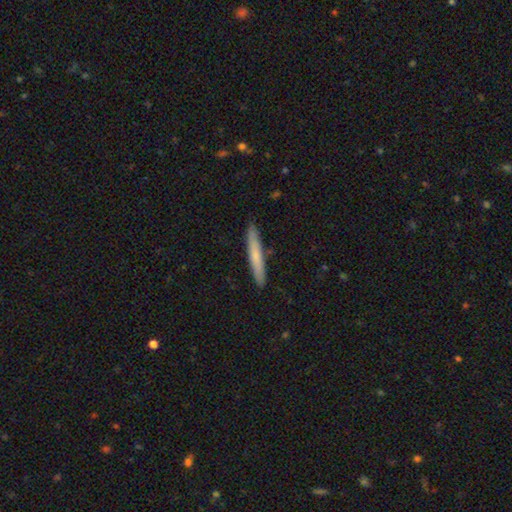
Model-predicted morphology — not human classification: smooth_or_featured: smooth (p=0.65) [alt: featured or disk p=0.29]
how_rounded: cigar-shaped (p=0.96) [alt: in between p=0.03]
merging: none (p=0.90) [alt: minor disturbance p=0.07]